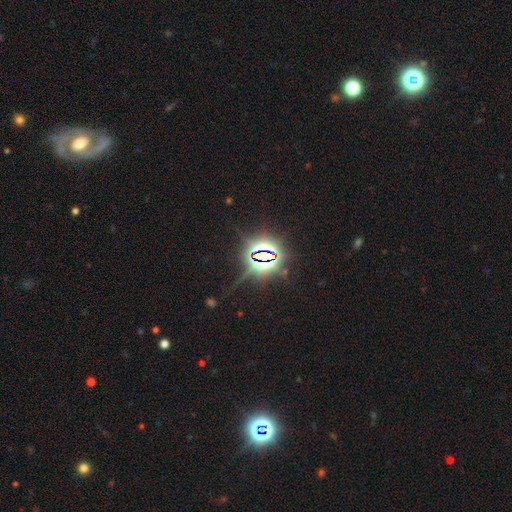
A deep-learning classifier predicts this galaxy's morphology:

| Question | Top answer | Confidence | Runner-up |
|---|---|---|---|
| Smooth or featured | star or artifact | 85% | smooth (8%) |